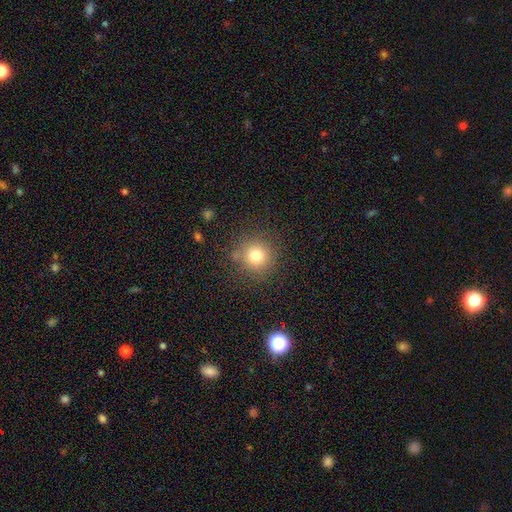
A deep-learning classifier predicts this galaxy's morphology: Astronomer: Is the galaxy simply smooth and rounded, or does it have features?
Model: smooth — 77%.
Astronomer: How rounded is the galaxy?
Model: round — 93%.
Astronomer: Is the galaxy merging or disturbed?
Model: none — 84%.